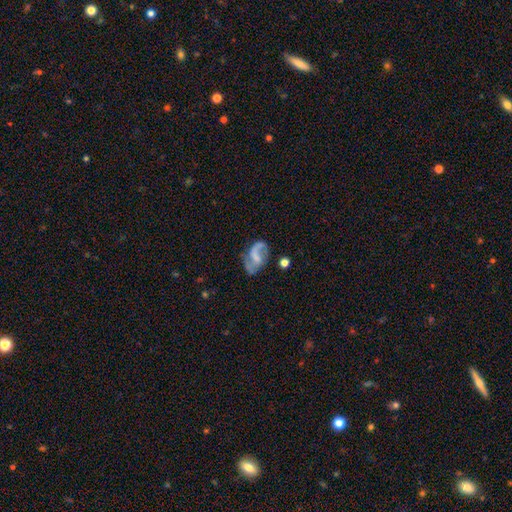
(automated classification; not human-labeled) This is likely a featured or disk galaxy (71%). It is clearly not viewed edge-on (97%). Bar: marginally weak (45%). Spiral arm pattern: clearly yes (84%). Spiral arm count: likely 2 (75%). Spiral winding: likely loose (61%). Central bulge: possibly none (51%). Merging: possibly none (50%).